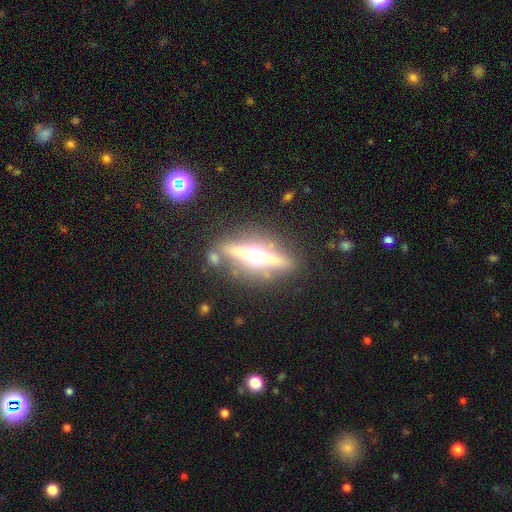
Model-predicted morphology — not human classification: Smooth or featured? featured or disk (78%)
Edge-on disk? yes (95%)
Edge-on bulge? rounded (95%)
Merging? none (82%)